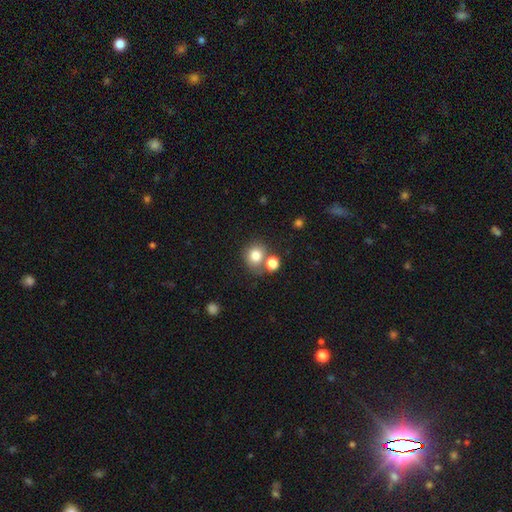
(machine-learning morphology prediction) This appears to be a smooth galaxy with no disk features (80%) that is round (82%). Merging: none (61%).